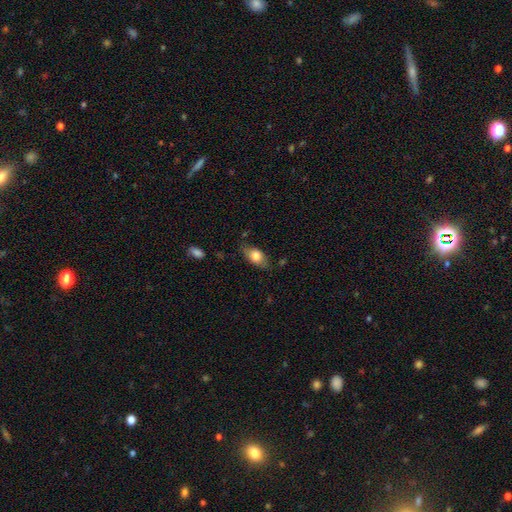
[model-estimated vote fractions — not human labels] Smooth or featured: smooth — 76% (featured or disk — 17%)
How rounded: in between — 86% (round — 8%)
Merging: none — 70% (minor disturbance — 22%)